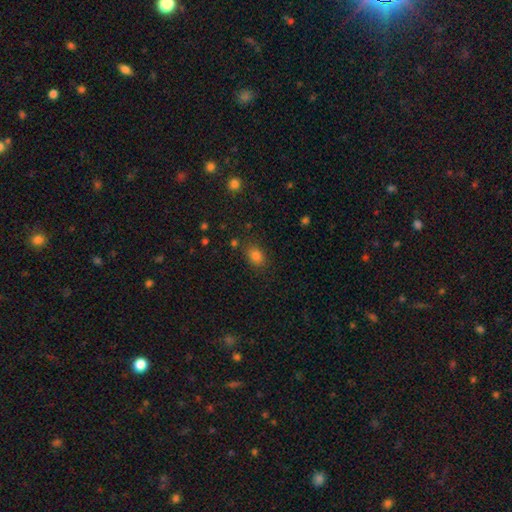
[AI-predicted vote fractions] Smooth or featured: smooth — 80% (star or artifact — 14%)
How rounded: in between — 63% (round — 36%)
Merging: none — 82% (minor disturbance — 12%)